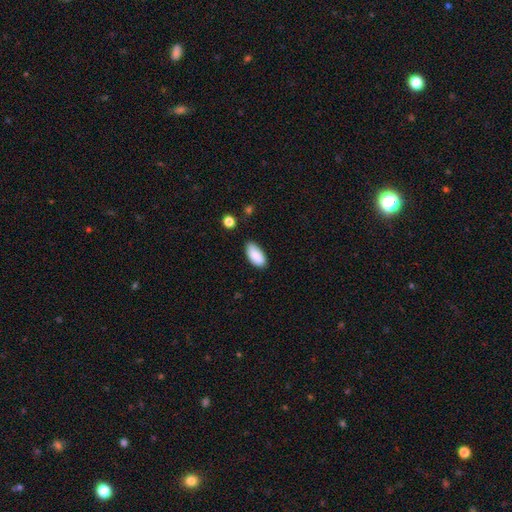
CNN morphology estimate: Q: Smooth or featured?
A: smooth (89%); runner-up: star or artifact (7%)
Q: How rounded?
A: in between (92%); runner-up: cigar-shaped (6%)
Q: Merging?
A: none (78%); runner-up: minor disturbance (17%)